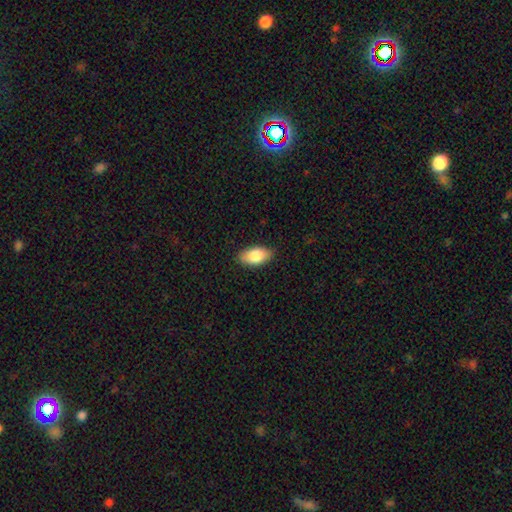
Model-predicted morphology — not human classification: Smooth or featured: smooth — 84% (featured or disk — 9%)
How rounded: in between — 94% (round — 3%)
Merging: none — 88% (minor disturbance — 9%)